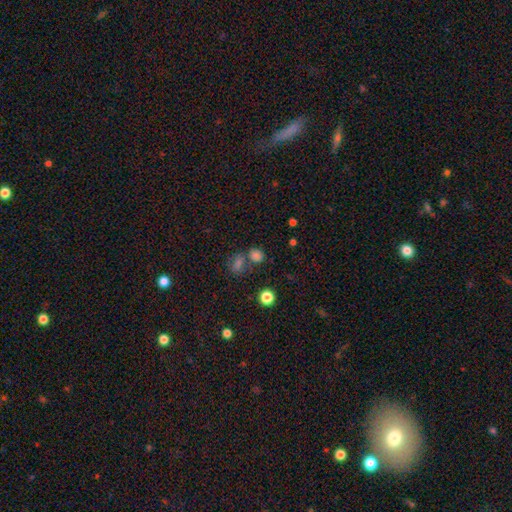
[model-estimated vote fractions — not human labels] Smooth or featured? smooth (73%)
How rounded? round (64%)
Merging? none (55%)